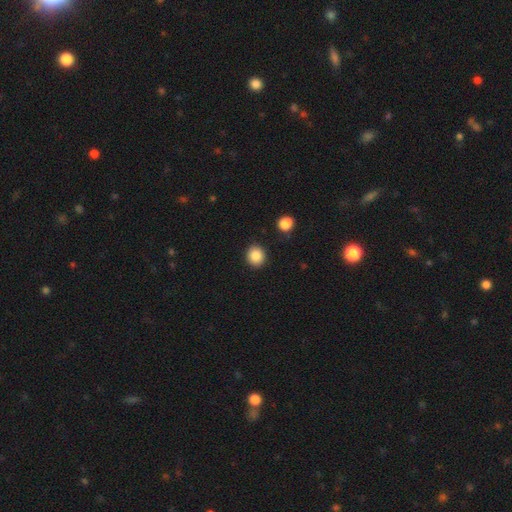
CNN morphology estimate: Smooth or featured? Predicted: smooth (p=0.87). How rounded? Predicted: round (p=0.81). Merging? Predicted: none (p=0.90).